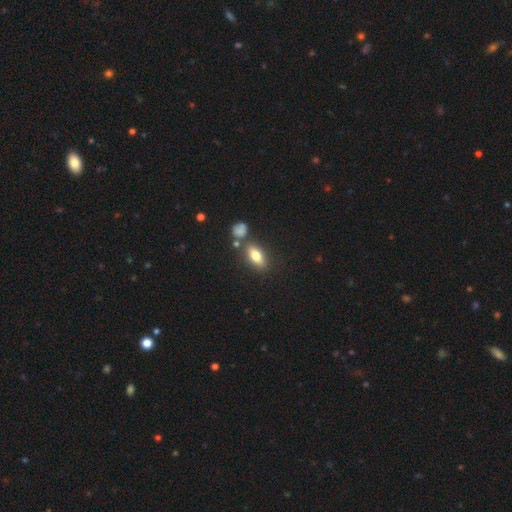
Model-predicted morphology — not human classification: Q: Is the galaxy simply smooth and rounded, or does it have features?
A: smooth — 75%.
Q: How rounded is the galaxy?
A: in between — 80%.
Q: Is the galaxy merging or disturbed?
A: none — 73%.